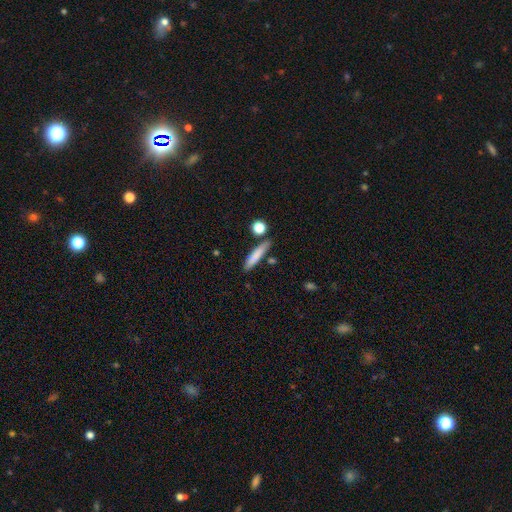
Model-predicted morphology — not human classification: Overall: smooth (79%). How rounded: cigar-shaped (87%). Merging: none (79%).